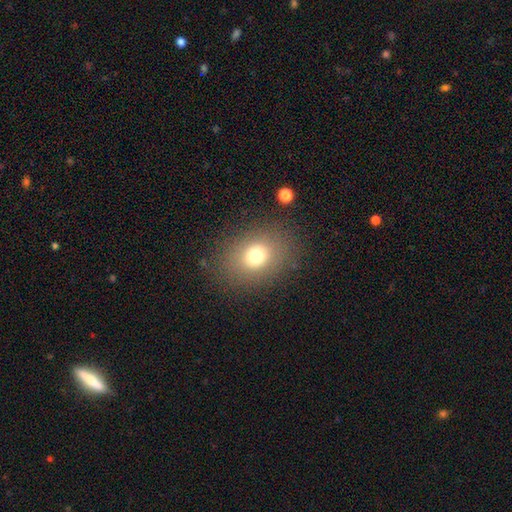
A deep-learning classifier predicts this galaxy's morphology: Smooth or featured? Predicted: smooth (p=0.72). How rounded? Predicted: in between (p=0.52). Merging? Predicted: none (p=0.84).